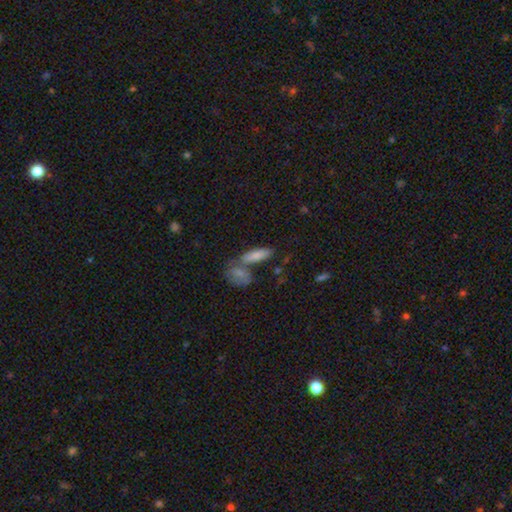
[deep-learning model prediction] Smooth or featured? smooth (79%)
How rounded? in between (55%)
Merging? none (44%)